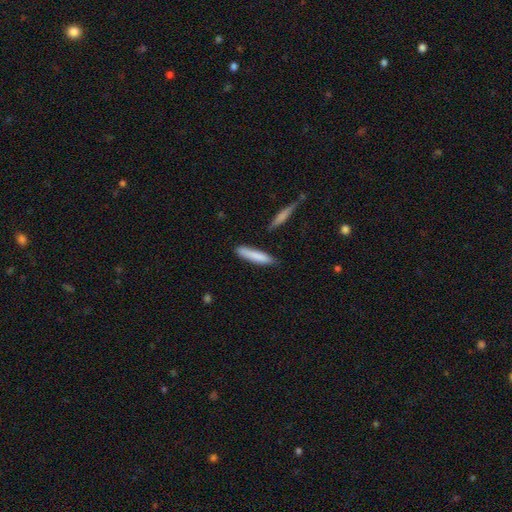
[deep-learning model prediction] smooth-or-featured: smooth: 82% | featured or disk: 13% | star or artifact: 6%
  how-rounded: cigar-shaped: 85% | in between: 14% | round: 1%
  merging: none: 80% | minor disturbance: 13% | merger: 4% | major disturbance: 2%